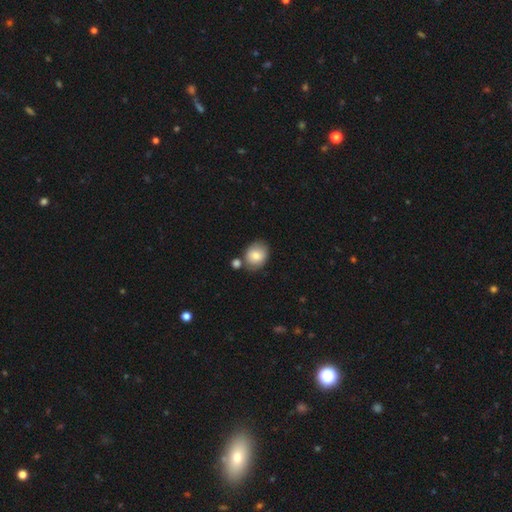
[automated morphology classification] smooth-or-featured: smooth: 82% | featured or disk: 11% | star or artifact: 8%
  how-rounded: round: 54% | in between: 45% | cigar-shaped: 1%
  merging: none: 65% | merger: 16% | minor disturbance: 15% | major disturbance: 4%